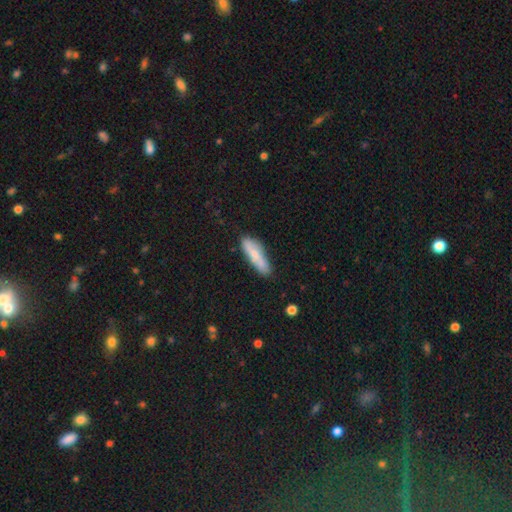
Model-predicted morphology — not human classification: This appears to be a smooth galaxy with no disk features (67%) that is cigar-shaped (60%). Merging: none (69%).